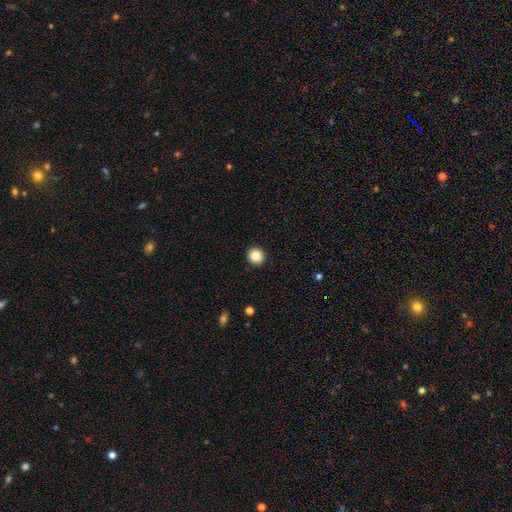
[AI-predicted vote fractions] smooth 84%, star or artifact 10%, featured or disk 6%. Down the decision tree: how rounded — round (93%); merging — none (93%).